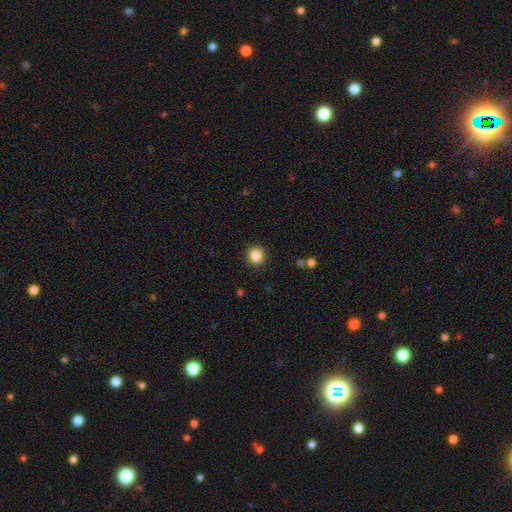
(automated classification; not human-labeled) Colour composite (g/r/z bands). It shows a smooth galaxy with no disk features (86%) that is round (94%). Merging: none (91%).